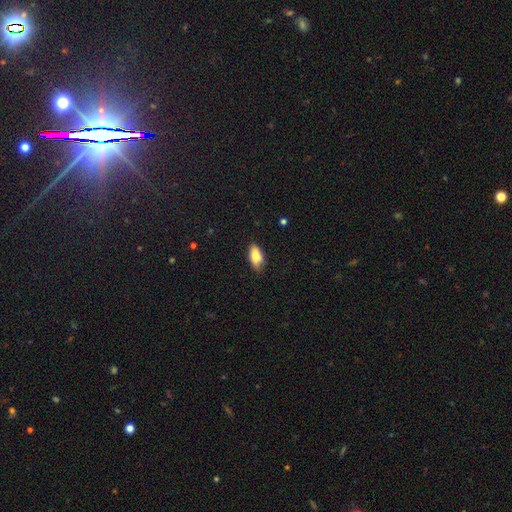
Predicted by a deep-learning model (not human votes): smooth 82%, featured or disk 11%, star or artifact 7%. Down the decision tree: how rounded — in between (89%); merging — none (71%).